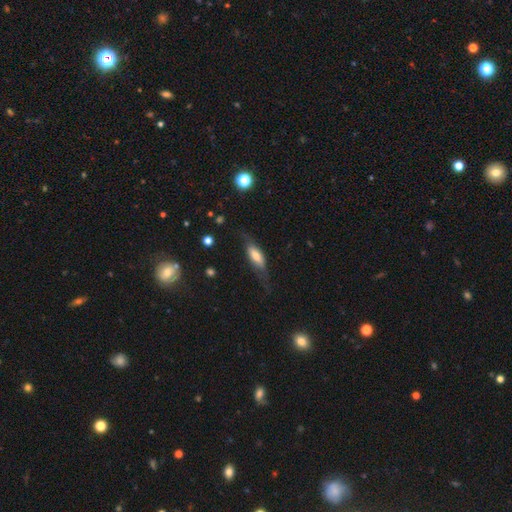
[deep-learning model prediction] Smooth or featured?
  - smooth: 56% *
  - featured or disk: 37%
  - star or artifact: 7%
How rounded?
  - in between: 61% *
  - cigar-shaped: 36%
  - round: 3%
Merging?
  - none: 58% *
  - minor disturbance: 25%
  - major disturbance: 15%
  - merger: 2%